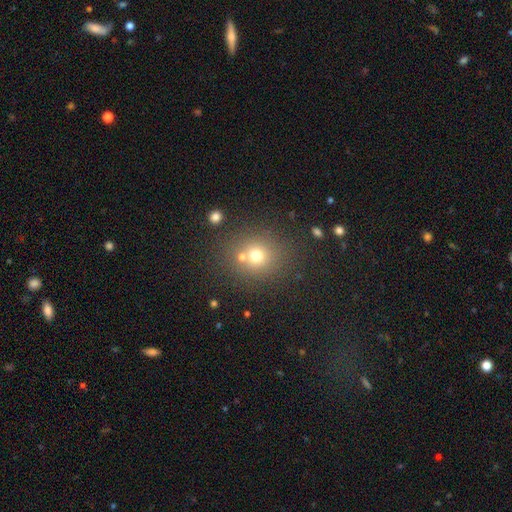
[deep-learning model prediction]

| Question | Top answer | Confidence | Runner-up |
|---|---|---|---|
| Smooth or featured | smooth | 69% | star or artifact (19%) |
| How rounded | round | 81% | in between (18%) |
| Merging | none | 69% | merger (18%) |